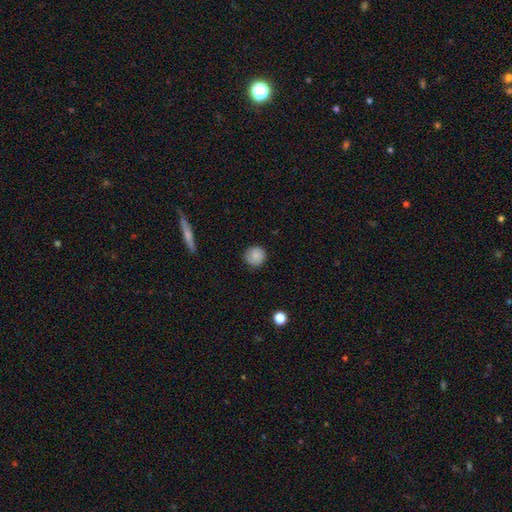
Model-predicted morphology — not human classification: Smooth or featured?
  - smooth: 86% *
  - star or artifact: 8%
  - featured or disk: 6%
How rounded?
  - round: 92% *
  - in between: 7%
  - cigar-shaped: 1%
Merging?
  - none: 86% *
  - minor disturbance: 11%
  - major disturbance: 2%
  - merger: 1%